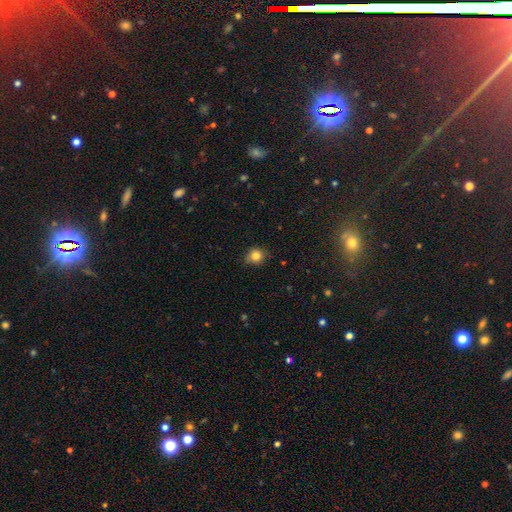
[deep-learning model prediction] A smooth galaxy with no disk features (83%) that is round (83%). Merging: none (78%).